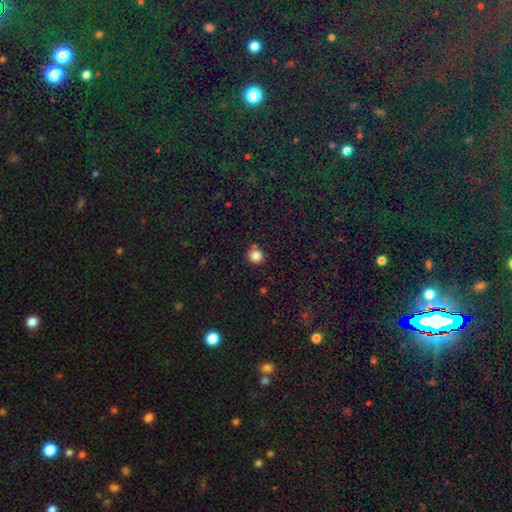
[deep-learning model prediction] This appears to be a smooth galaxy with no disk features (84%) that is round (88%). Merging: none (79%).